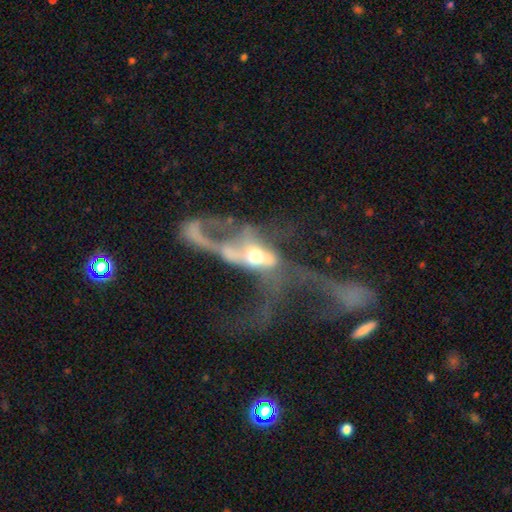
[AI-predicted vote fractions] Smooth or featured? featured or disk (60%)
Edge-on disk? no (84%)
Bar? no (71%)
Spiral arms? no (65%)
Bulge size? moderate (56%)
Merging? major disturbance (56%)